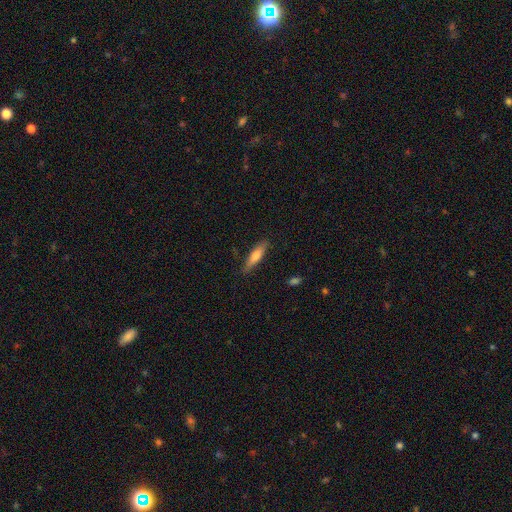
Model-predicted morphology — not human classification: A smooth galaxy with no disk features (65%) that is cigar-shaped (78%).

Vote fractions:
- Smooth or featured? smooth: 65% / featured or disk: 29% / star or artifact: 6%
- How rounded? cigar-shaped: 78% / in between: 21% / round: 2%
- Merging? none: 84% / minor disturbance: 12% / major disturbance: 2% / merger: 1%